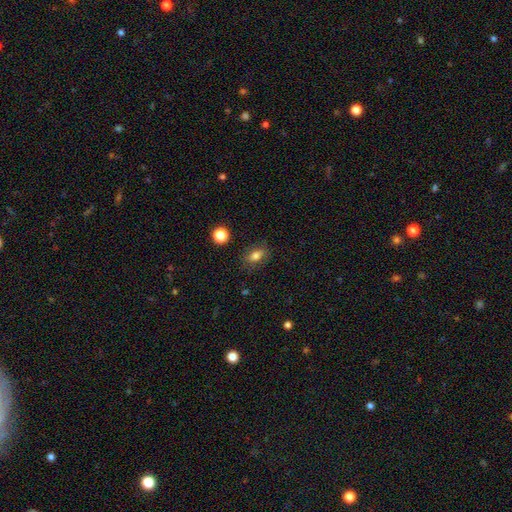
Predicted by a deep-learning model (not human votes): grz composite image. It shows a smooth galaxy with no disk features (79%) that is in between round and cigar-shaped (81%). Merging: none (81%).